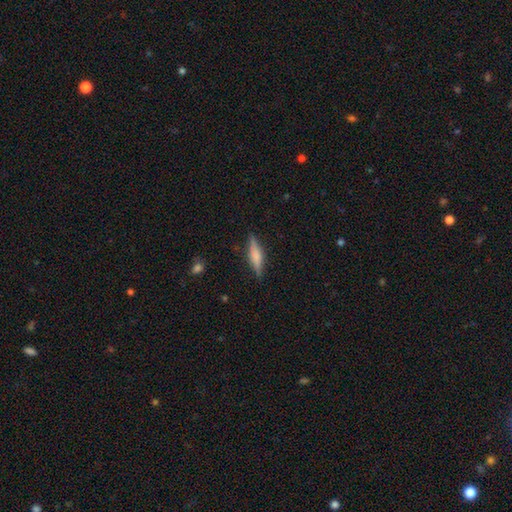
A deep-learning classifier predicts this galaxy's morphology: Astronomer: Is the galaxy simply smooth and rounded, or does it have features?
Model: smooth — 49% (runner-up: featured or disk, 43%).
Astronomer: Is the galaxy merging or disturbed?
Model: none — 84%.